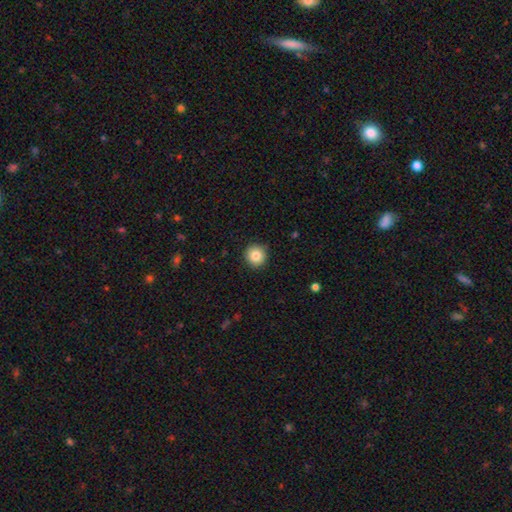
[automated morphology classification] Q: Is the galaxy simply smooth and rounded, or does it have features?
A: smooth — 85%.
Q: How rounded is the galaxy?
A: round — 93%.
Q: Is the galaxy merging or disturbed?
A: none — 91%.